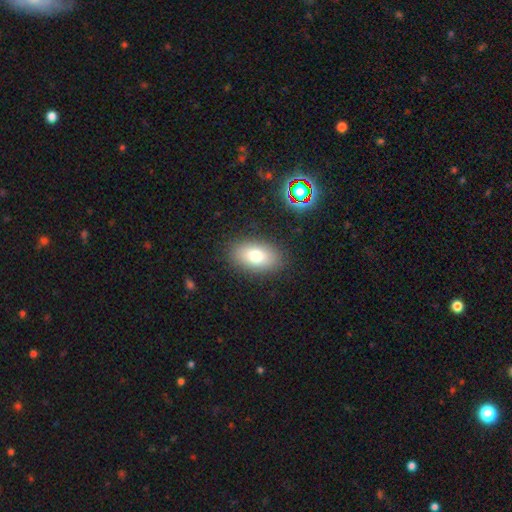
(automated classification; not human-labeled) smooth 77%, featured or disk 13%, star or artifact 10%. Down the decision tree: how rounded — in between (90%); merging — none (87%).